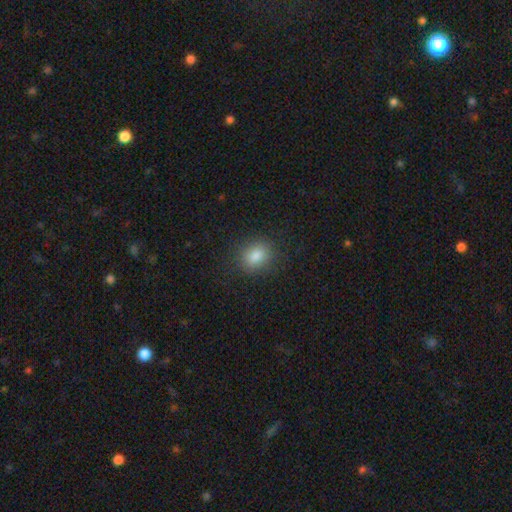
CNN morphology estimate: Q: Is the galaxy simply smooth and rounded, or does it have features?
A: smooth — 83%.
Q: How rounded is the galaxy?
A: round — 60%.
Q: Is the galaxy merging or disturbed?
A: none — 87%.